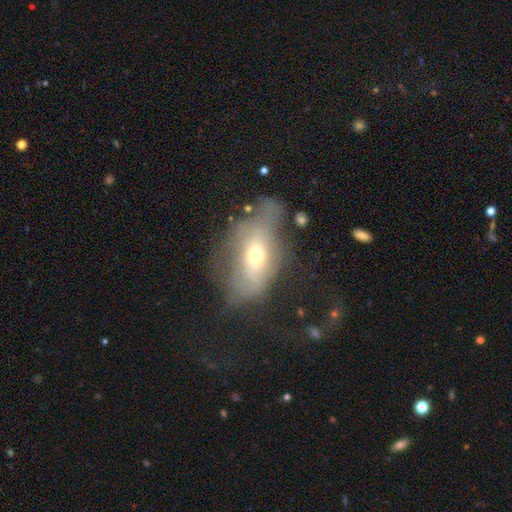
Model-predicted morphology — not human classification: A smooth galaxy with no disk features (46%).

Vote fractions:
- Smooth or featured? smooth: 46% / featured or disk: 44% / star or artifact: 11%
- Merging? major disturbance: 44% / minor disturbance: 26% / none: 25% / merger: 5%